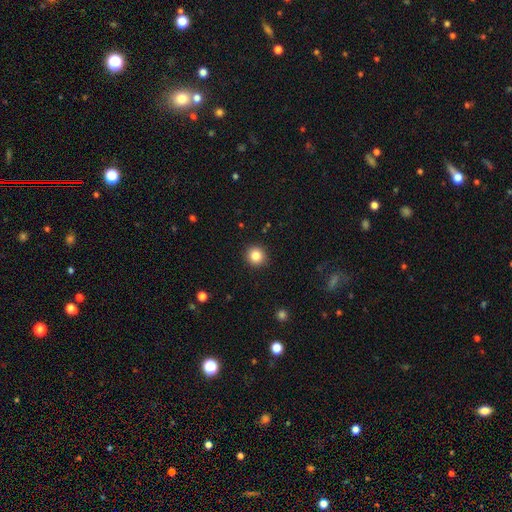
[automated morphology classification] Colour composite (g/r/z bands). It shows a smooth galaxy with no disk features (85%) that is round (92%). Merging: none (92%).